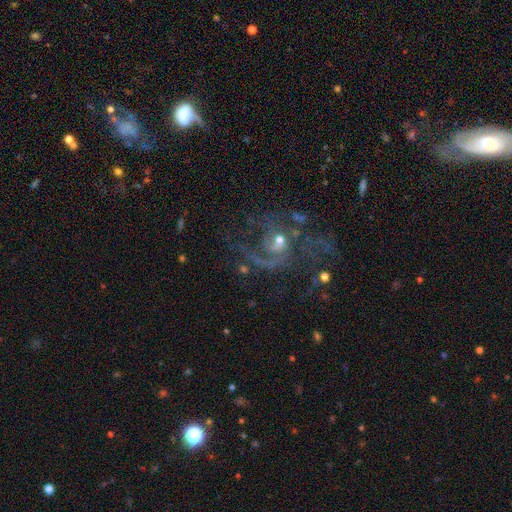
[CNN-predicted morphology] smooth_or_featured: featured or disk (p=0.77) [alt: star or artifact p=0.14]
disk_edge_on: no (p=0.98) [alt: yes p=0.02]
bar: no (p=0.64) [alt: weak p=0.29]
has_spiral_arms: yes (p=0.89) [alt: no p=0.11]
spiral_winding: medium (p=0.47) [alt: loose p=0.37]
spiral_arm_count: 2 (p=0.56) [alt: 1 p=0.14]
bulge_size: small (p=0.48) [alt: moderate p=0.42]
merging: none (p=0.50) [alt: major disturbance p=0.27]